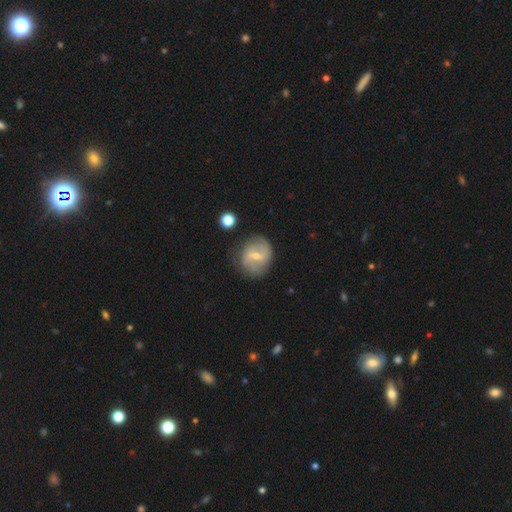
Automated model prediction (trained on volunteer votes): This is possibly a featured or disk galaxy (59%). It is clearly not viewed edge-on (96%). Bar: possibly weak (54%). Spiral arm pattern: likely yes (67%). Central bulge: possibly small (51%). Merging: likely none (73%).